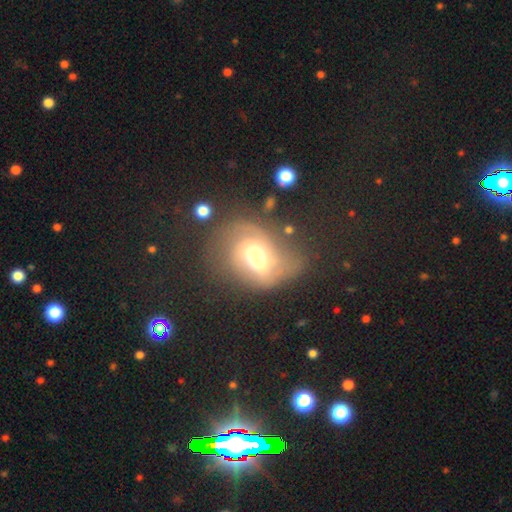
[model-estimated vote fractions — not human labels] Overall: featured or disk (60%; smooth 29%). Edge-on disk: no (96%). Bar: no (43%; weak 42%). Spiral arms: yes (75%). Bulge size: moderate (46%; large 40%). Merging: none (41%; major disturbance 26%).